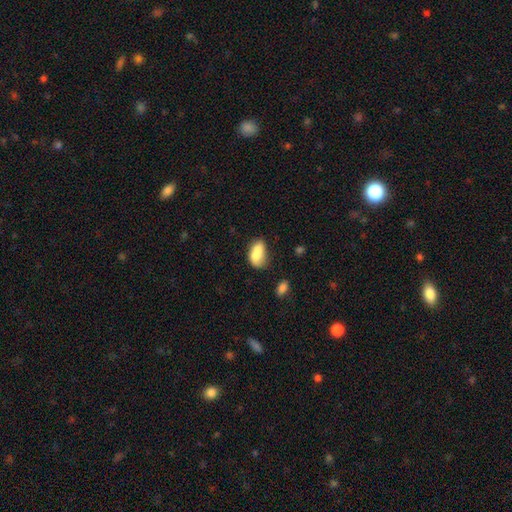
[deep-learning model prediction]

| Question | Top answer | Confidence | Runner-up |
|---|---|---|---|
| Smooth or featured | smooth | 70% | featured or disk (22%) |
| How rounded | in between | 81% | round (16%) |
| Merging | merger | 54% | none (25%) |